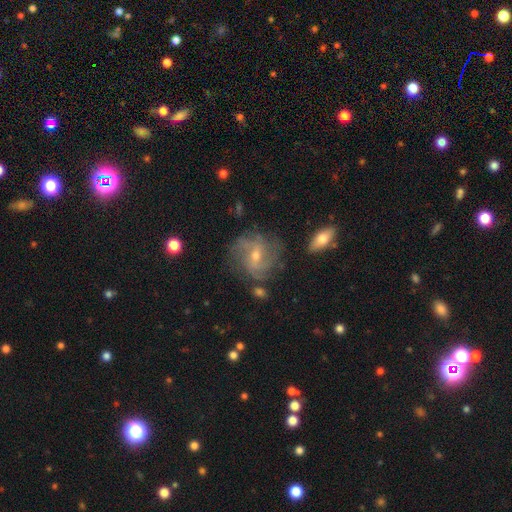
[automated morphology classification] Smooth or featured? featured or disk (72%)
Edge-on disk? no (96%)
Bar? weak (50%)
Spiral arms? yes (87%)
Spiral winding? medium (42%)
Spiral arm count? 2 (37%)
Bulge size? small (52%)
Merging? none (68%)